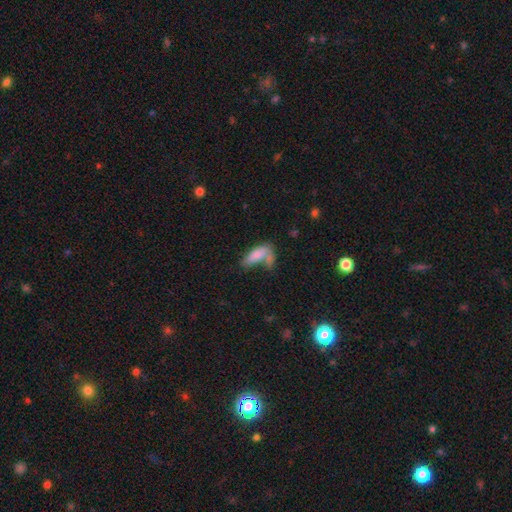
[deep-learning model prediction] Smooth or featured? smooth (77%)
How rounded? in between (65%)
Merging? none (34%)